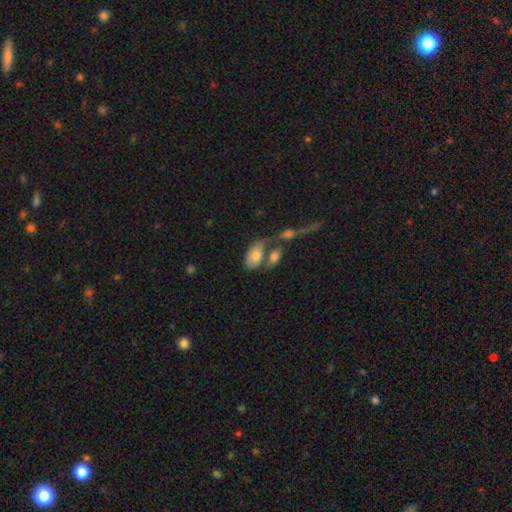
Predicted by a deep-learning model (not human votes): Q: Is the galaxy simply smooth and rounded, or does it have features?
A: smooth — 70%.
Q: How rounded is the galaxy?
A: in between — 92%.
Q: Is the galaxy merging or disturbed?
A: merger — 47%.